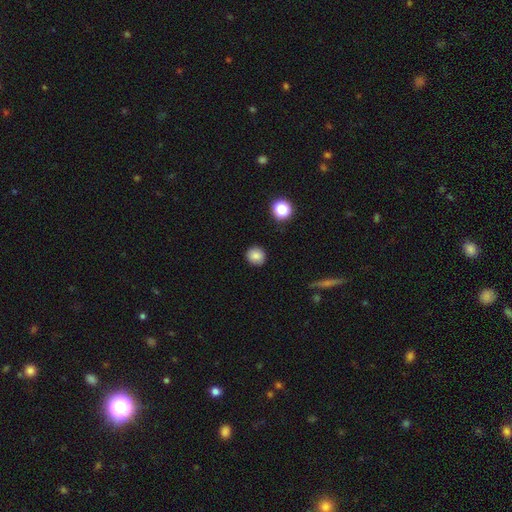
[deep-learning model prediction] smooth_or_featured: smooth (p=0.84) [alt: star or artifact p=0.11]
how_rounded: round (p=0.91) [alt: in between p=0.08]
merging: none (p=0.90) [alt: minor disturbance p=0.06]